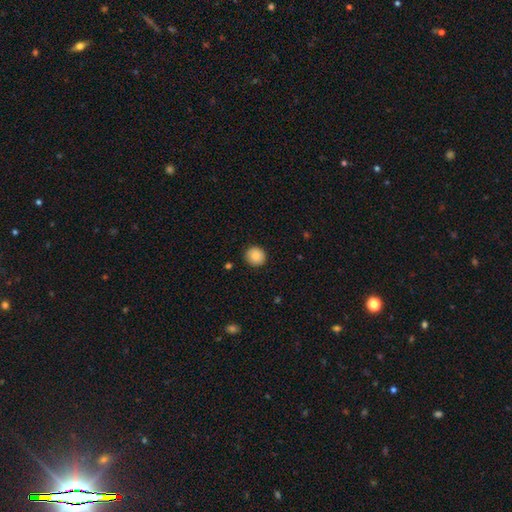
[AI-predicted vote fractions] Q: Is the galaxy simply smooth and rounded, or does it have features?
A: smooth — 86%.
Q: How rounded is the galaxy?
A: round — 92%.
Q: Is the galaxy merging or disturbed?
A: none — 90%.